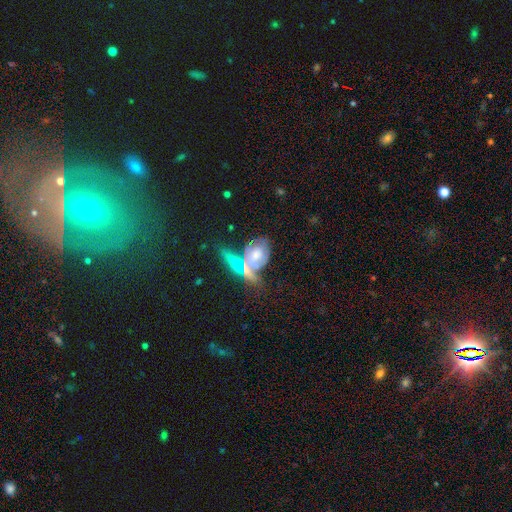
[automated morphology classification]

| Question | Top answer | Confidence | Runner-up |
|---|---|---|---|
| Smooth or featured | featured or disk | 54% | smooth (36%) |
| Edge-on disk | no | 77% | yes (23%) |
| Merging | merger | 42% | none (30%) |